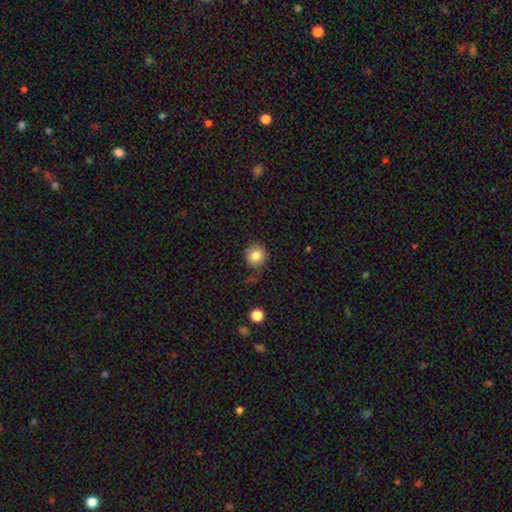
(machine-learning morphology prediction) Q: Smooth or featured?
A: smooth (84%); runner-up: star or artifact (10%)
Q: How rounded?
A: round (88%); runner-up: in between (11%)
Q: Merging?
A: none (74%); runner-up: minor disturbance (17%)